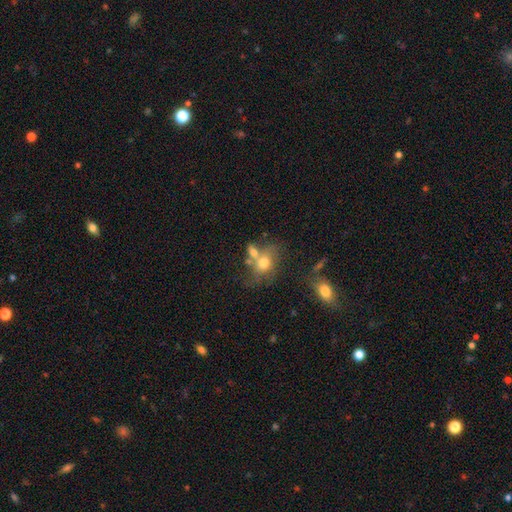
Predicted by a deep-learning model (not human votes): Smooth or featured: smooth — 65% (featured or disk — 23%)
How rounded: in between — 61% (round — 37%)
Merging: merger — 41% (none — 35%)